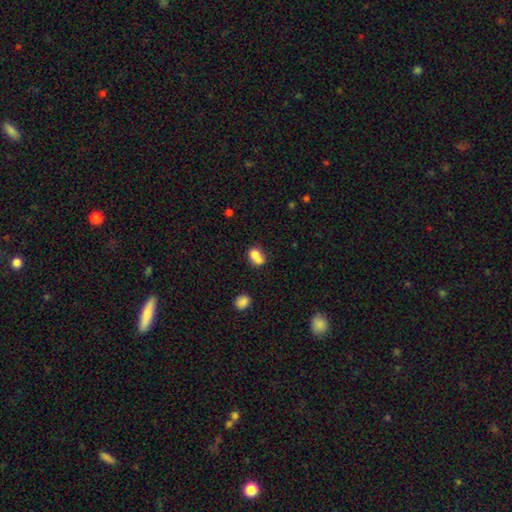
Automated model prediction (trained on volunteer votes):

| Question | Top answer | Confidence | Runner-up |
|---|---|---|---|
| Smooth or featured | smooth | 74% | featured or disk (16%) |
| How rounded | round | 53% | in between (45%) |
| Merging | merger | 60% | none (27%) |